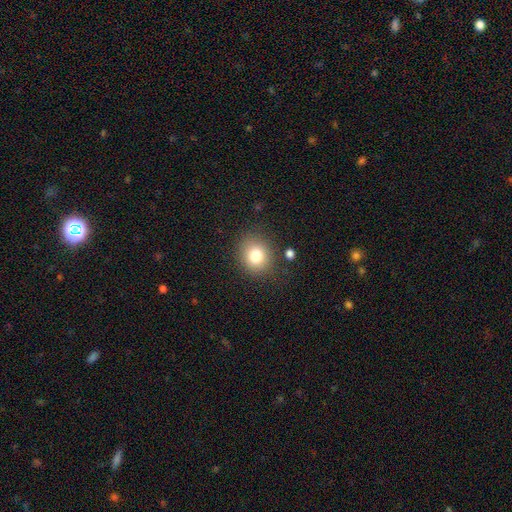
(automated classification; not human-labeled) Overall: smooth (79%). How rounded: round (72%). Merging: none (83%).